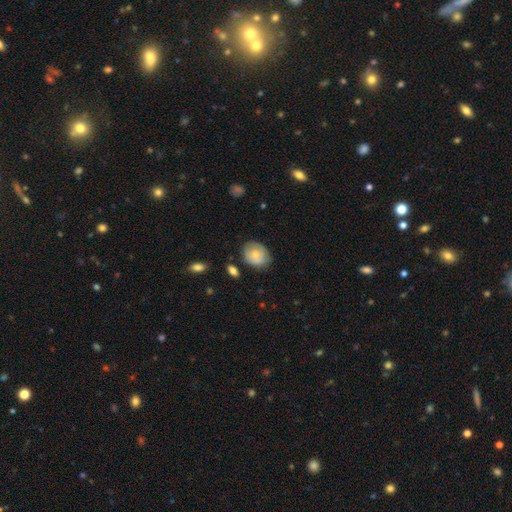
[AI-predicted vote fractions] Overall: smooth (67%). How rounded: round (51%; in between 48%). Merging: none (70%).